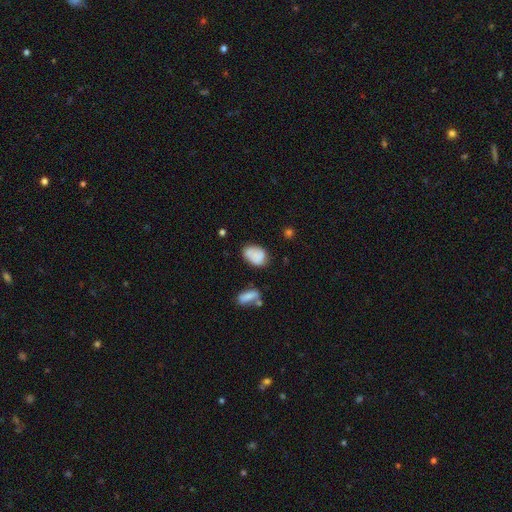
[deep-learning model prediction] Smooth or featured?
  - smooth: 77% *
  - featured or disk: 14%
  - star or artifact: 9%
How rounded?
  - in between: 81% *
  - round: 18%
  - cigar-shaped: 2%
Merging?
  - none: 57% *
  - minor disturbance: 26%
  - merger: 9%
  - major disturbance: 8%